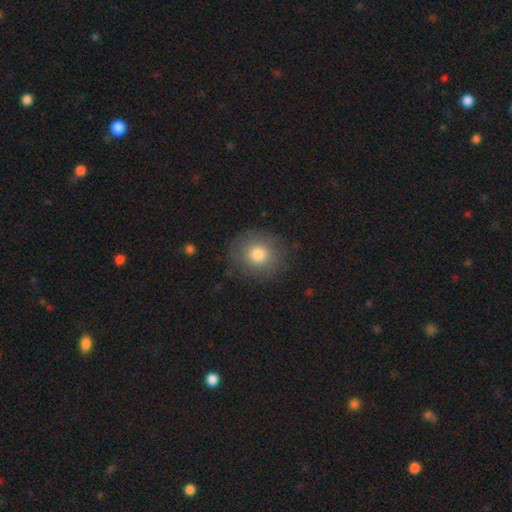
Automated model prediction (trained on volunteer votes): smooth_or_featured: smooth (p=0.74) [alt: featured or disk p=0.14]
how_rounded: round (p=0.84) [alt: in between p=0.15]
merging: none (p=0.84) [alt: minor disturbance p=0.11]